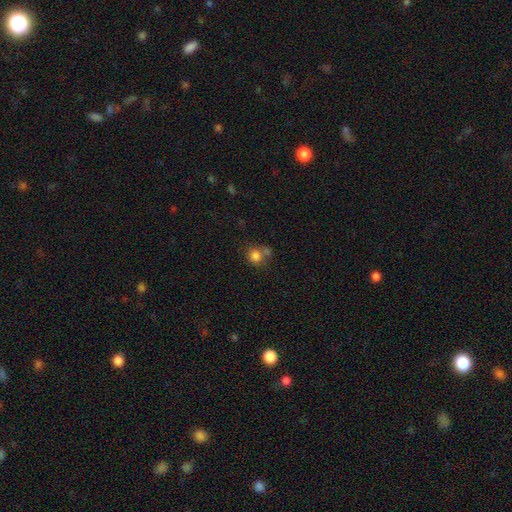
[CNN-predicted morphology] A smooth galaxy with no disk features (81%) that is round (77%). Merging: none (50%).